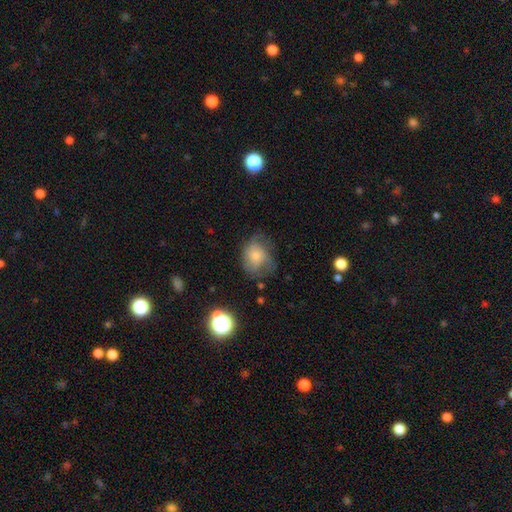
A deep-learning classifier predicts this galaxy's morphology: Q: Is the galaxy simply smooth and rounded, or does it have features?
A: smooth — 66%.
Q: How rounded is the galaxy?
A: round — 52%.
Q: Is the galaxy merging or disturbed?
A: none — 46%.